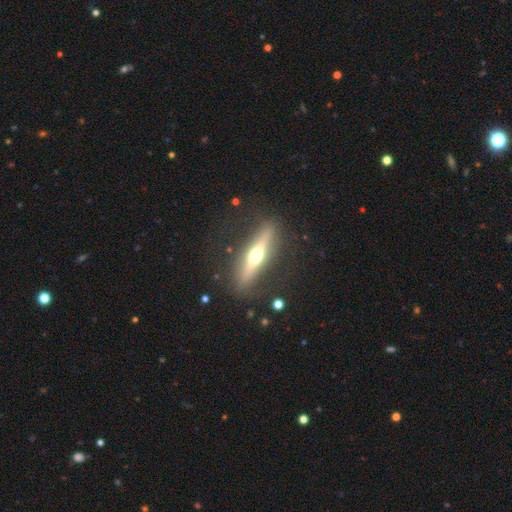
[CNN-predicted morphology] A featured or disk galaxy (61%) viewed edge-on (91%) with a rounded central bulge (94%). Merging: none (85%).